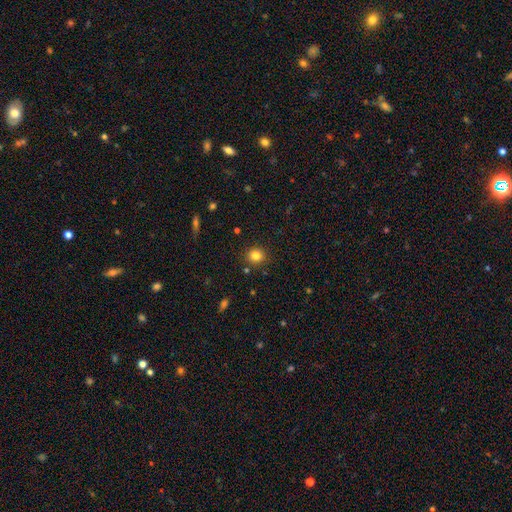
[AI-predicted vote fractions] A smooth galaxy with no disk features (82%) that is round (85%).

Vote fractions:
- Smooth or featured? smooth: 82% / star or artifact: 12% / featured or disk: 6%
- How rounded? round: 85% / in between: 14% / cigar-shaped: 1%
- Merging? none: 87% / minor disturbance: 8% / merger: 3% / major disturbance: 2%